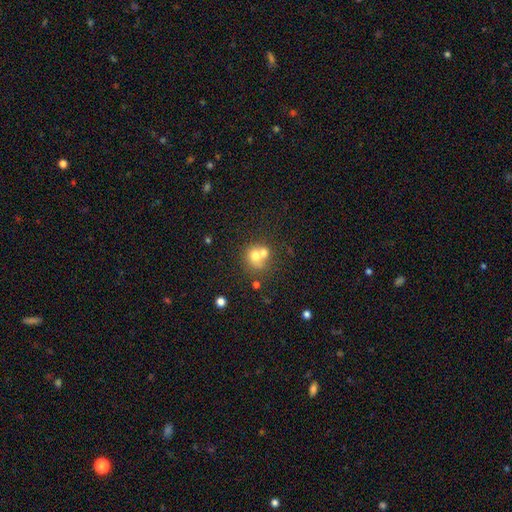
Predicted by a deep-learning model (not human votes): smooth 65%, featured or disk 22%, star or artifact 13%. Down the decision tree: how rounded — round (78%); merging — merger (54%).